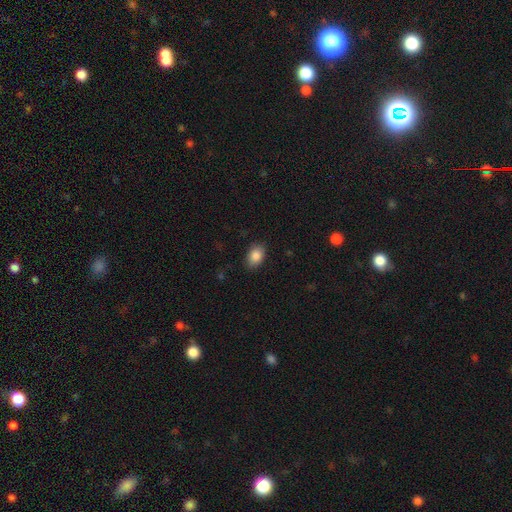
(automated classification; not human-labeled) smooth 87%, star or artifact 8%, featured or disk 5%. Down the decision tree: how rounded — in between (82%); merging — none (84%).